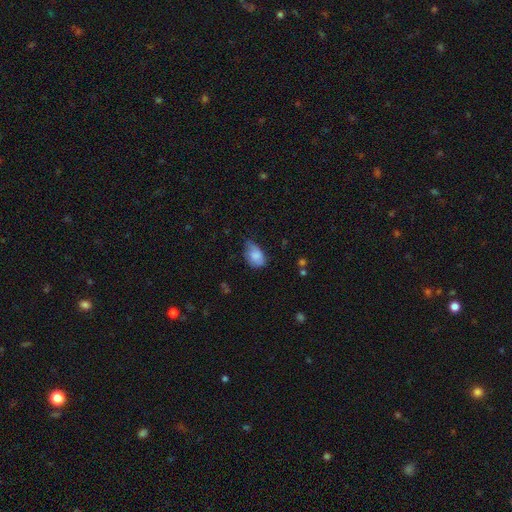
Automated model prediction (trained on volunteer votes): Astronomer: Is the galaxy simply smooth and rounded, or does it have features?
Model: smooth — 80%.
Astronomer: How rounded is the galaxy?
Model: in between — 86%.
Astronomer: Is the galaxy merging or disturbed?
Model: minor disturbance — 48% (runner-up: none, 37%).